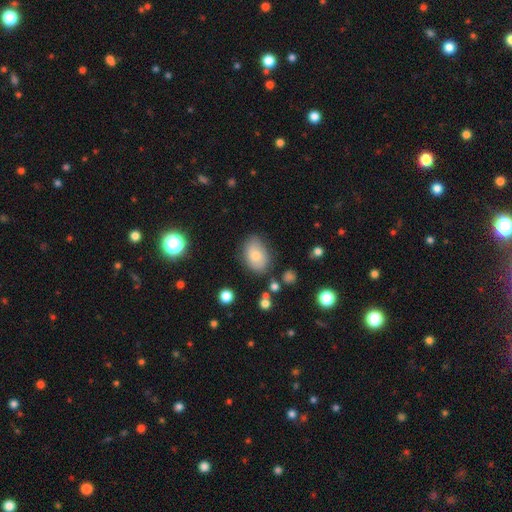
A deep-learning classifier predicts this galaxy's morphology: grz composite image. It shows a smooth galaxy with no disk features (73%) that is in between round and cigar-shaped (82%). Merging: none (71%).